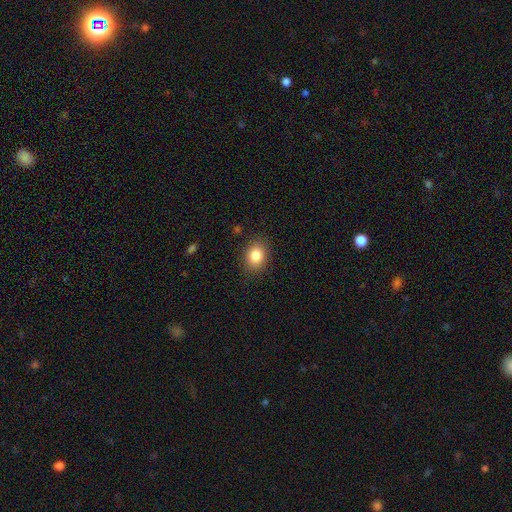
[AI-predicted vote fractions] This is clearly a smooth galaxy (84%). How rounded: possibly in between (58%). Merging: clearly none (86%).